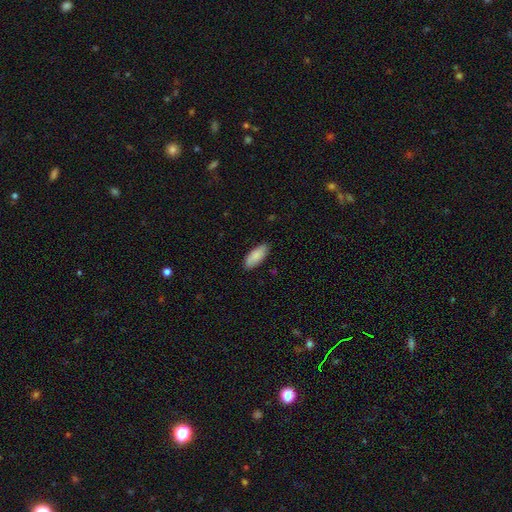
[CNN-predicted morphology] Smooth or featured? Predicted: smooth (p=0.87). How rounded? Predicted: in between (p=0.83). Merging? Predicted: none (p=0.84).